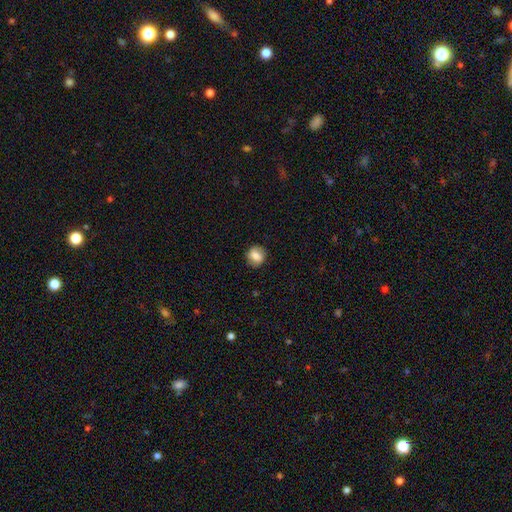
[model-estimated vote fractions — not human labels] The model was most divided on "how rounded": round: 77%, in between: 22%, cigar-shaped: 1%. More confident: merging — none (84%); smooth or featured — smooth (76%).